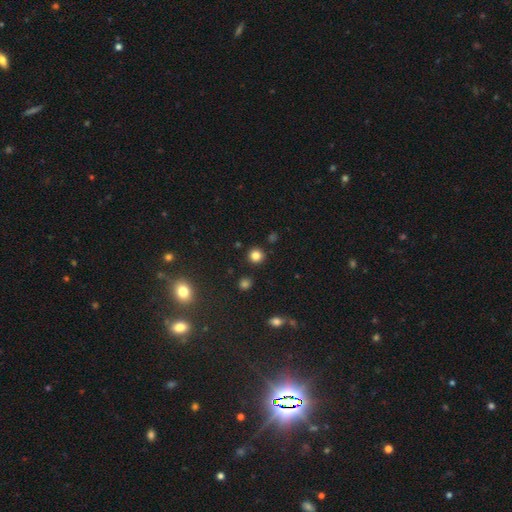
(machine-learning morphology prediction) This is clearly a smooth galaxy (82%). How rounded: clearly round (93%). Merging: clearly none (90%).